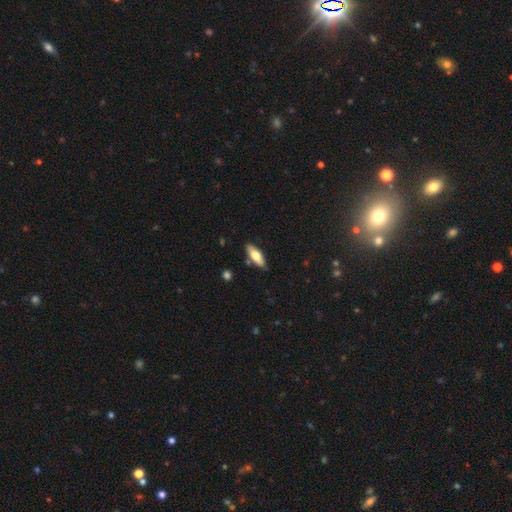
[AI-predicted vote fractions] Smooth or featured: smooth — 62% (featured or disk — 32%)
How rounded: in between — 65% (cigar-shaped — 33%)
Merging: none — 83% (minor disturbance — 12%)